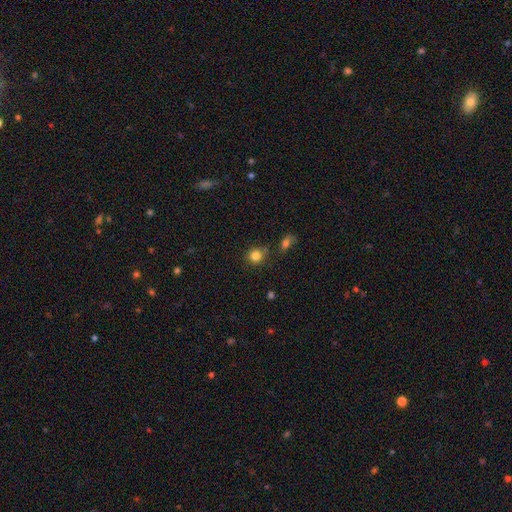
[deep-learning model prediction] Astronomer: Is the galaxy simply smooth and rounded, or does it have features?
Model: smooth — 82%.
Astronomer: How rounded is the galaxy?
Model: round — 88%.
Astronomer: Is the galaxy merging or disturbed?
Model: none — 77%.